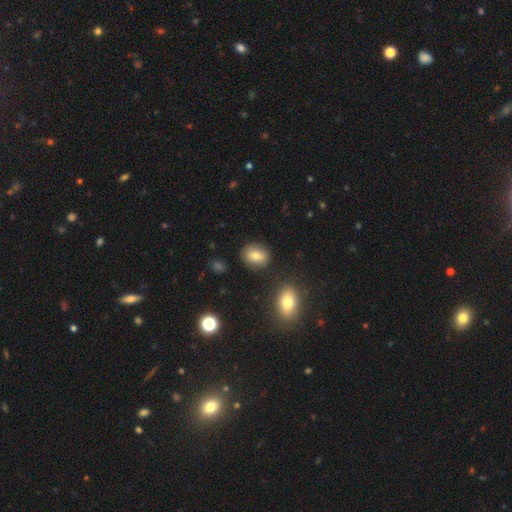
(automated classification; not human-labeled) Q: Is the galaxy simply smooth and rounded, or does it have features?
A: smooth — 76%.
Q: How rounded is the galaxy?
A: in between — 59%.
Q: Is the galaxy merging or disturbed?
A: none — 83%.